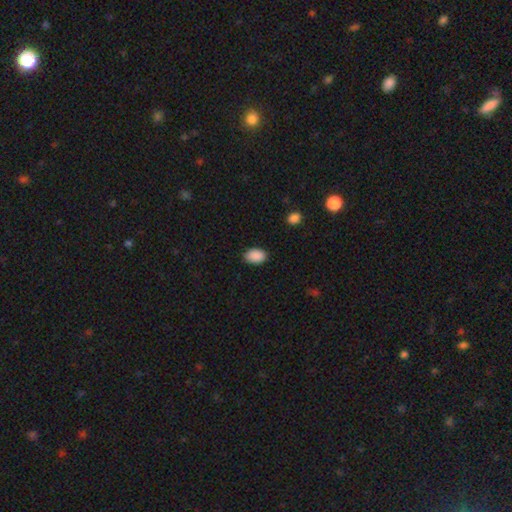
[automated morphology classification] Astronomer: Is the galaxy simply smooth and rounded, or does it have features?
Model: smooth — 90%.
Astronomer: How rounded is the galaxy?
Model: in between — 87%.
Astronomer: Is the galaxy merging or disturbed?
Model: none — 85%.